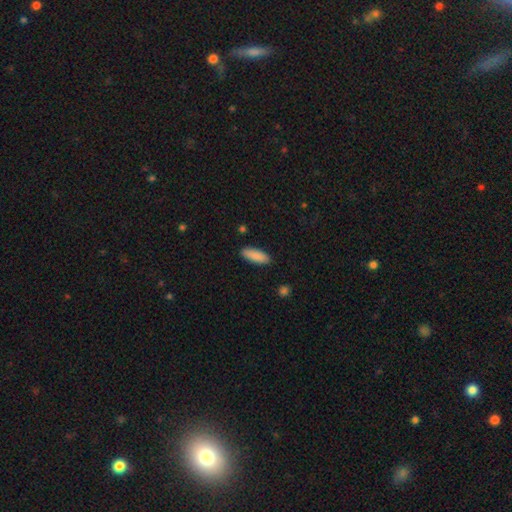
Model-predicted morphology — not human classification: smooth 90%, star or artifact 6%, featured or disk 5%. Down the decision tree: how rounded — in between (64%); merging — none (89%).